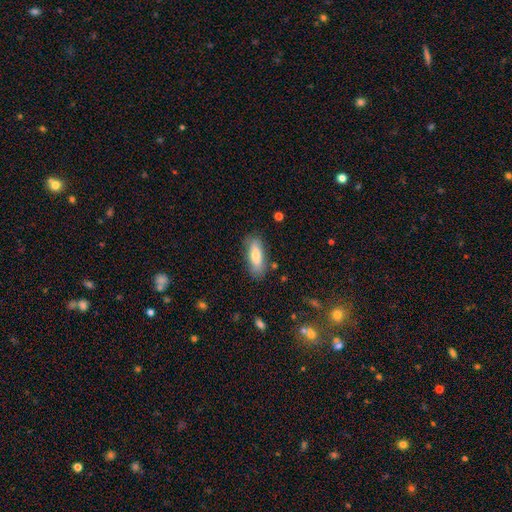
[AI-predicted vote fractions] smooth 74%, featured or disk 20%, star or artifact 7%. Down the decision tree: how rounded — in between (60%); merging — none (80%).